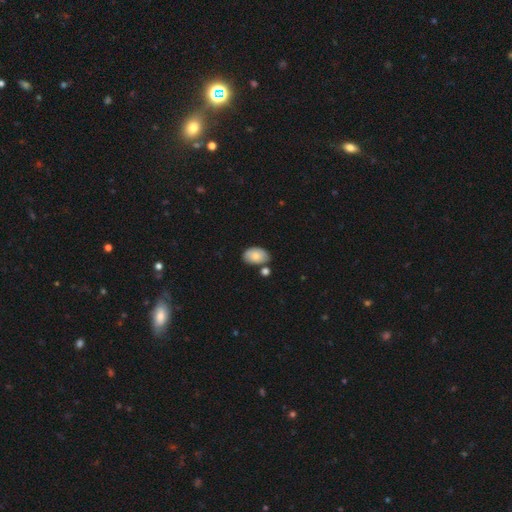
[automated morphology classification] A smooth galaxy with no disk features (80%) that is in between round and cigar-shaped (90%).

Vote fractions:
- Smooth or featured? smooth: 80% / featured or disk: 13% / star or artifact: 7%
- How rounded? in between: 90% / round: 8% / cigar-shaped: 1%
- Merging? none: 64% / minor disturbance: 18% / merger: 13% / major disturbance: 4%